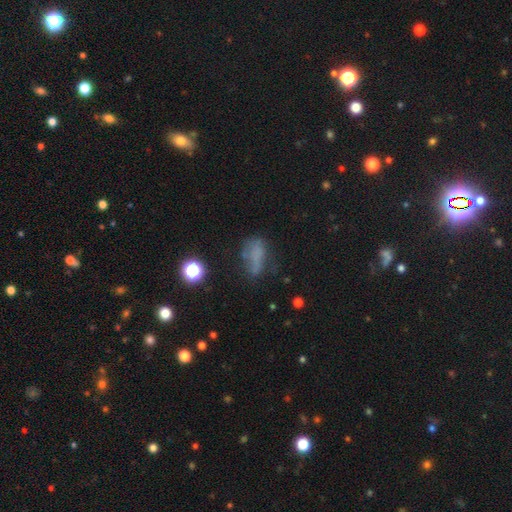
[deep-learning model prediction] Smooth or featured: smooth — 54% (featured or disk — 25%)
How rounded: in between — 72% (cigar-shaped — 16%)
Merging: none — 41% (minor disturbance — 27%)